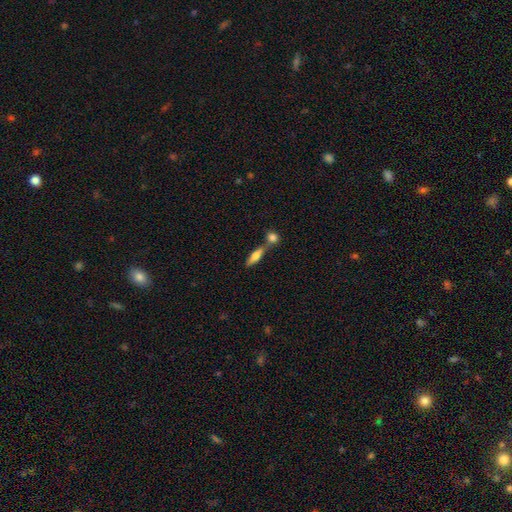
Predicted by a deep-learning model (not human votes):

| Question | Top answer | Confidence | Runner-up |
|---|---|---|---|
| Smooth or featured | smooth | 61% | featured or disk (31%) |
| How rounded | cigar-shaped | 56% | in between (39%) |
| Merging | none | 51% | merger (36%) |